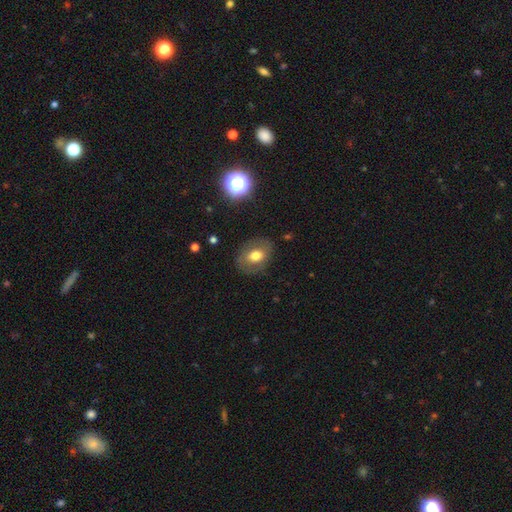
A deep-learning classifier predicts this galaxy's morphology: The model was most divided on "how rounded": in between: 61%, round: 38%, cigar-shaped: 1%. More confident: merging — none (79%); smooth or featured — smooth (60%).